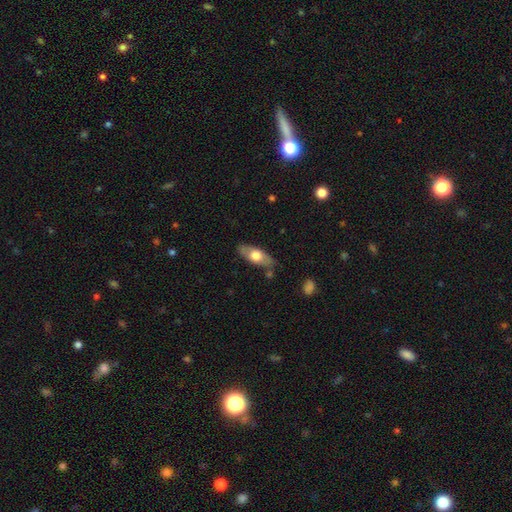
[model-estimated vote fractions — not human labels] A smooth galaxy with no disk features (58%) that is in between round and cigar-shaped (78%).

Vote fractions:
- Smooth or featured? smooth: 58% / featured or disk: 36% / star or artifact: 5%
- How rounded? in between: 78% / cigar-shaped: 19% / round: 3%
- Merging? none: 78% / minor disturbance: 15% / merger: 3% / major disturbance: 3%